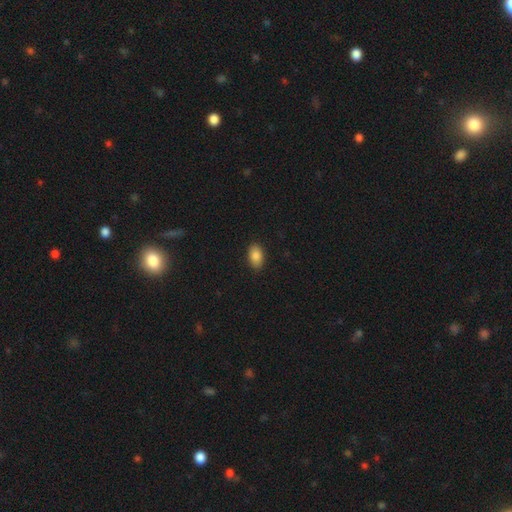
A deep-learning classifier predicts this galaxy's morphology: type=smooth (86%); roundness=in between (91%); merging=none (90%).